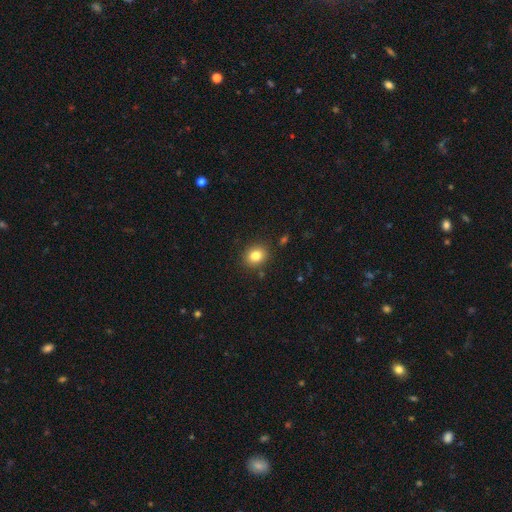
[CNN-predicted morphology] Smooth or featured? Predicted: smooth (p=0.82). How rounded? Predicted: round (p=0.65). Merging? Predicted: none (p=0.88).